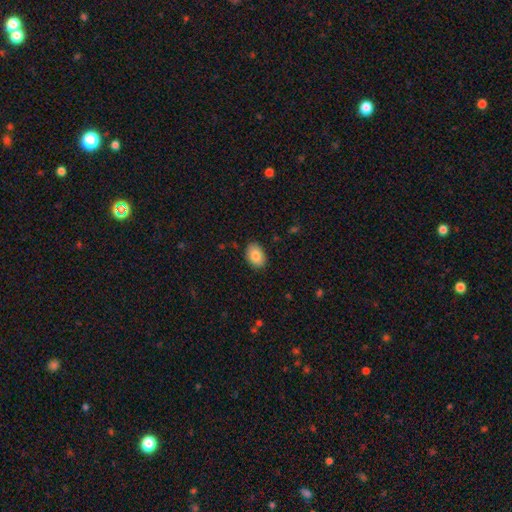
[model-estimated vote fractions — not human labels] A smooth galaxy with no disk features (85%) that is in between round and cigar-shaped (84%). Merging: none (87%).